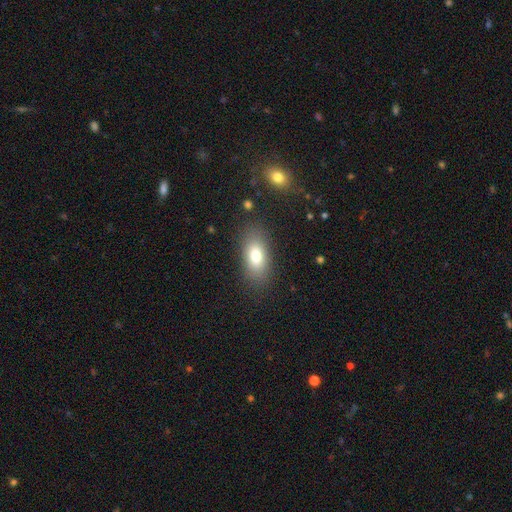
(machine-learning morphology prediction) smooth-or-featured: smooth: 76% | featured or disk: 14% | star or artifact: 10%
  how-rounded: in between: 87% | round: 7% | cigar-shaped: 6%
  merging: none: 83% | minor disturbance: 11% | major disturbance: 5% | merger: 2%